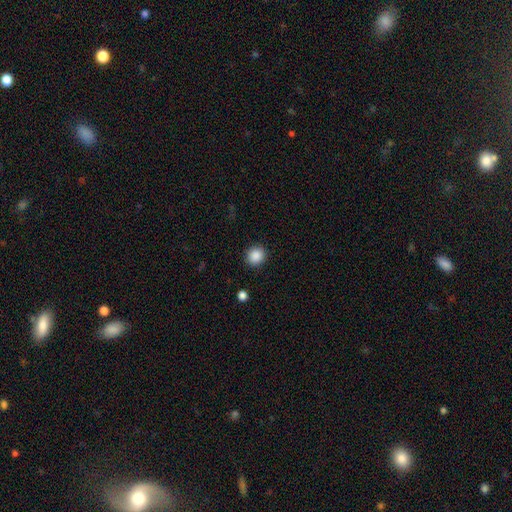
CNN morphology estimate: Smooth or featured?
  - smooth: 88% *
  - star or artifact: 9%
  - featured or disk: 3%
How rounded?
  - round: 86% *
  - in between: 13%
  - cigar-shaped: 1%
Merging?
  - none: 90% *
  - minor disturbance: 6%
  - major disturbance: 2%
  - merger: 1%